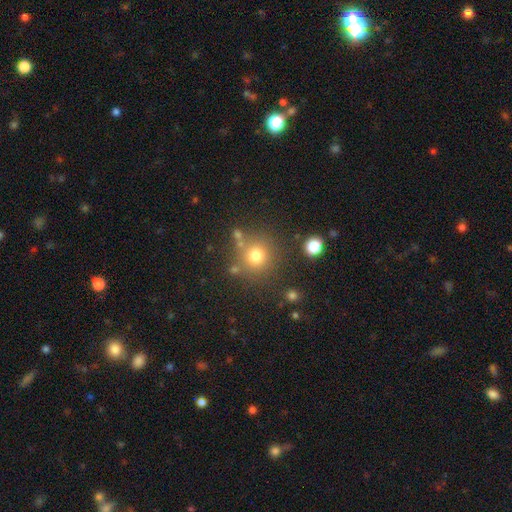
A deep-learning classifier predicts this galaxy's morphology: Overall: smooth (75%). How rounded: round (92%). Merging: none (76%).